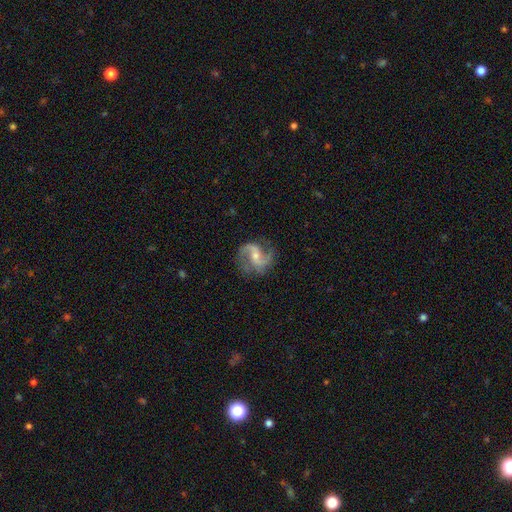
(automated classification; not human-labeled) featured or disk 90%, smooth 5%, star or artifact 5%. Down the decision tree: edge-on disk — no (98%); bar — weak (44%); spiral arms — yes (98%); spiral arm count — 2 (91%); spiral winding — medium (46%); bulge size — small (53%); merging — none (77%).